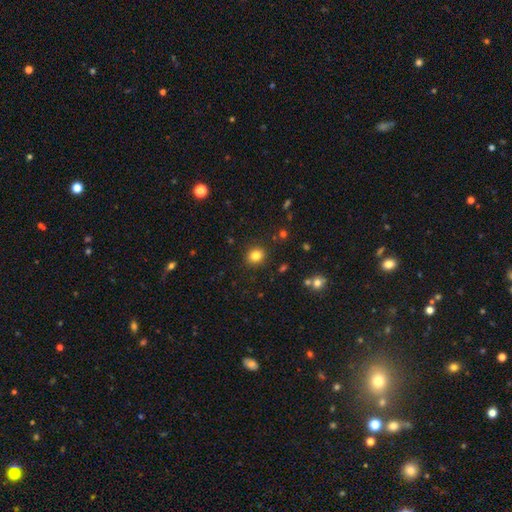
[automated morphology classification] This appears to be a smooth galaxy with no disk features (82%) that is round (71%). Merging: none (89%).